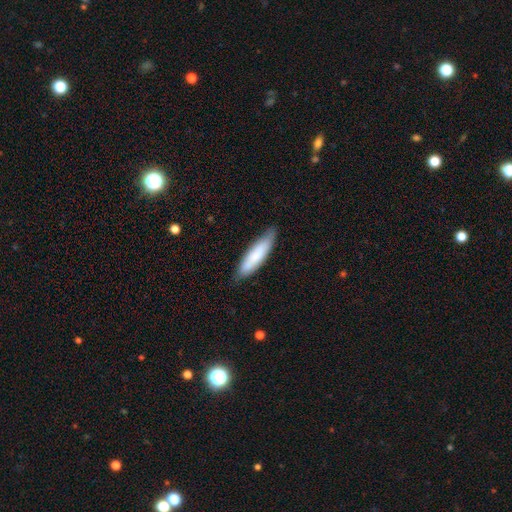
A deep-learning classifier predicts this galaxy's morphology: smooth-or-featured: smooth: 75% | featured or disk: 19% | star or artifact: 5%
  how-rounded: cigar-shaped: 70% | in between: 29% | round: 1%
  merging: none: 79% | minor disturbance: 17% | major disturbance: 3% | merger: 1%